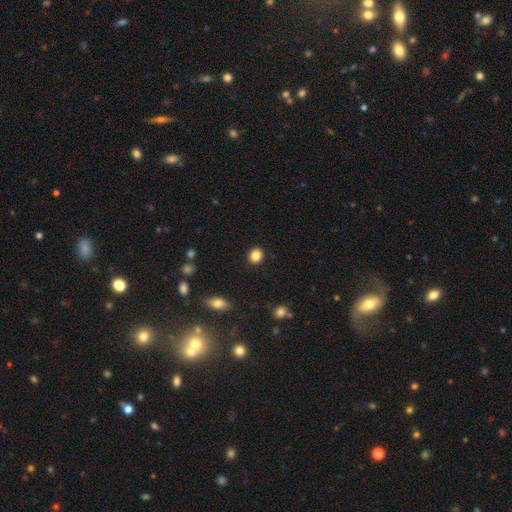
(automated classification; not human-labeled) Smooth or featured: smooth — 86% (star or artifact — 10%)
How rounded: round — 81% (in between — 18%)
Merging: none — 91% (minor disturbance — 6%)